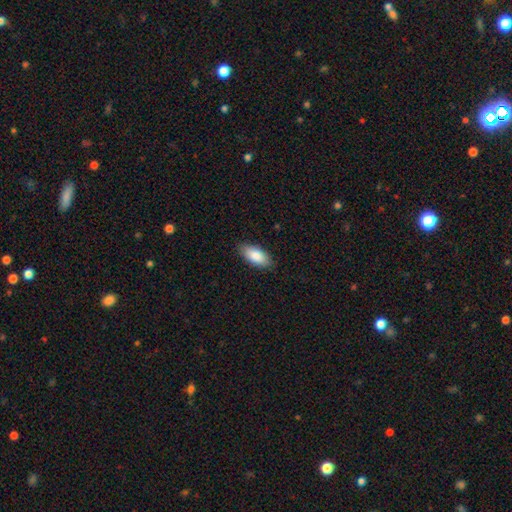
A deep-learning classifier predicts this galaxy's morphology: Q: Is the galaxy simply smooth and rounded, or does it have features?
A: smooth — 86%.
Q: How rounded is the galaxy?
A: in between — 91%.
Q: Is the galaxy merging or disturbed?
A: none — 87%.